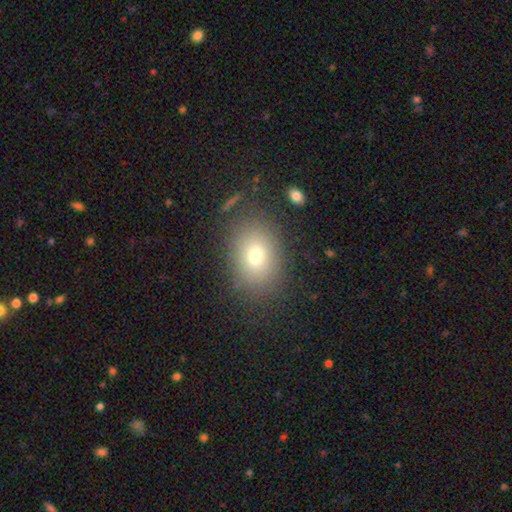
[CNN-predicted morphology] This appears to be a smooth galaxy with no disk features (73%) that is in between round and cigar-shaped (61%). Merging: none (82%).